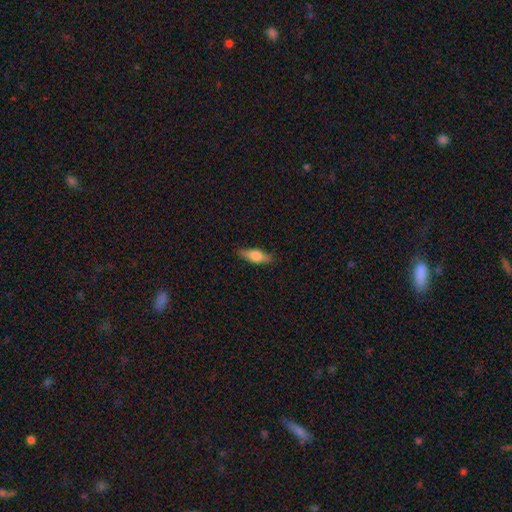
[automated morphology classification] type=smooth (62%); roundness=in between (58%); merging=none (84%).